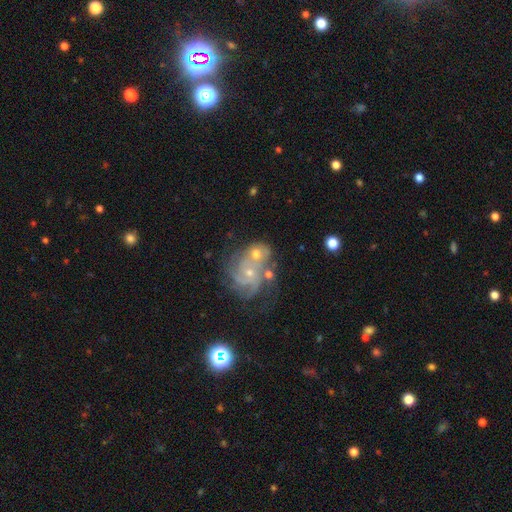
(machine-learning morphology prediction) Q: Smooth or featured?
A: featured or disk (79%); runner-up: star or artifact (11%)
Q: Edge-on disk?
A: no (98%); runner-up: yes (2%)
Q: Bar?
A: no (72%); runner-up: weak (24%)
Q: Spiral arms?
A: yes (94%); runner-up: no (6%)
Q: Spiral winding?
A: tight (56%); runner-up: medium (35%)
Q: Spiral arm count?
A: can't tell (29%); runner-up: 3 (28%)
Q: Bulge size?
A: small (70%); runner-up: moderate (25%)
Q: Merging?
A: none (47%); runner-up: merger (27%)